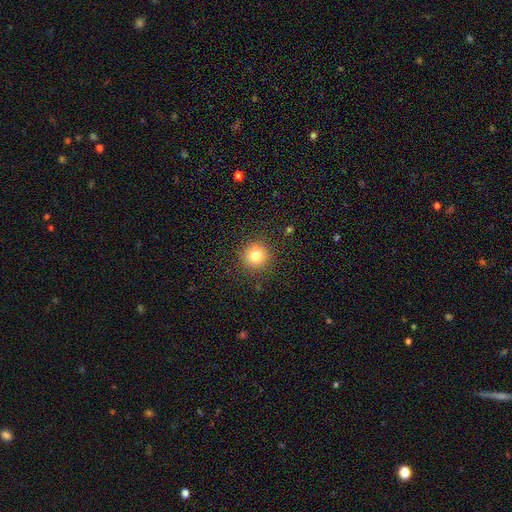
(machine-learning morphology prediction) This is likely a smooth galaxy (79%). How rounded: clearly round (95%). Merging: clearly none (90%).